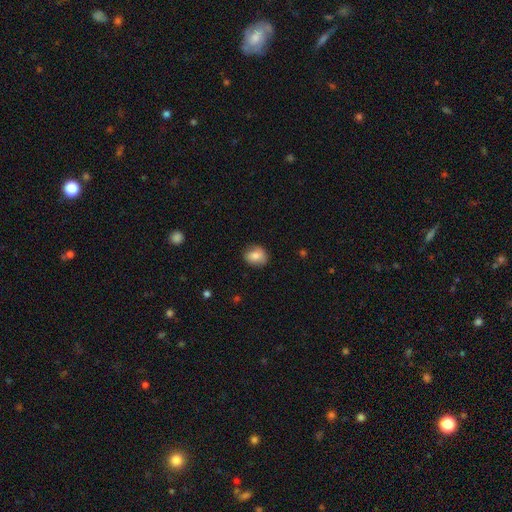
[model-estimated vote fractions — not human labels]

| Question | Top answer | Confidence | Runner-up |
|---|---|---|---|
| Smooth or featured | smooth | 79% | featured or disk (13%) |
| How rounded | round | 54% | in between (45%) |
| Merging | none | 77% | minor disturbance (18%) |